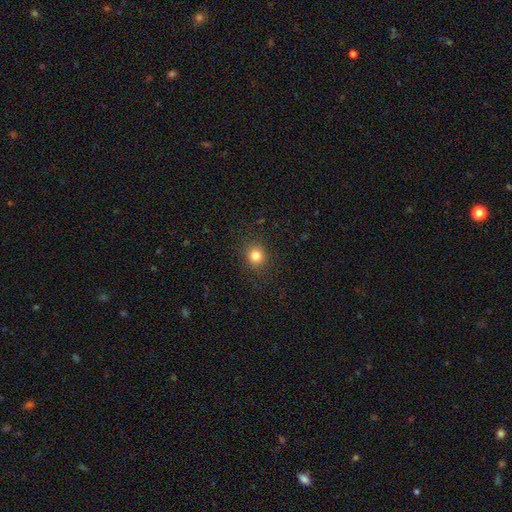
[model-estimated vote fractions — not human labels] smooth-or-featured: smooth: 82% | star or artifact: 13% | featured or disk: 6%
  how-rounded: round: 82% | in between: 17% | cigar-shaped: 1%
  merging: none: 89% | minor disturbance: 8% | major disturbance: 3% | merger: 1%